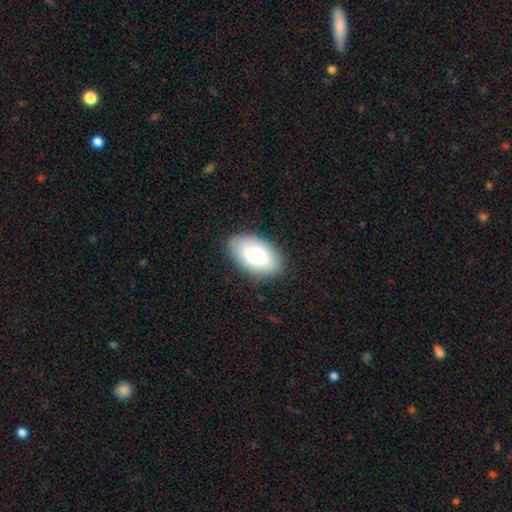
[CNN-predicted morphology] smooth 76%, featured or disk 16%, star or artifact 7%. Down the decision tree: how rounded — in between (93%); merging — none (86%).